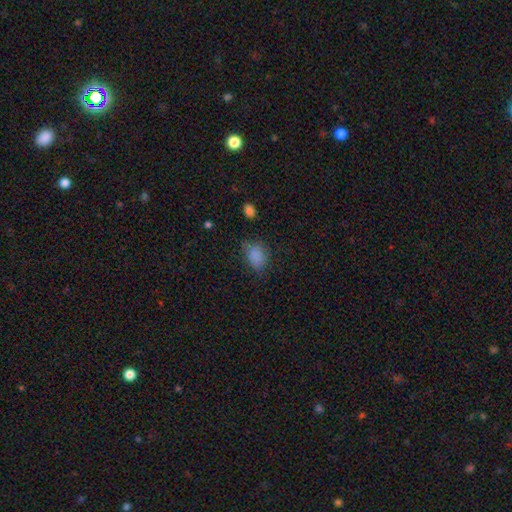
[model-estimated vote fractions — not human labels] Overall: smooth (82%). How rounded: in between (75%). Merging: none (62%; minor disturbance 27%).